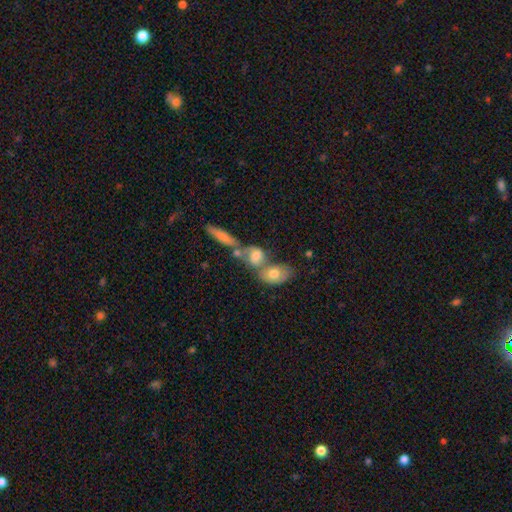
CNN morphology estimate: smooth 67%, featured or disk 23%, star or artifact 10%. Down the decision tree: how rounded — in between (67%); merging — merger (56%).